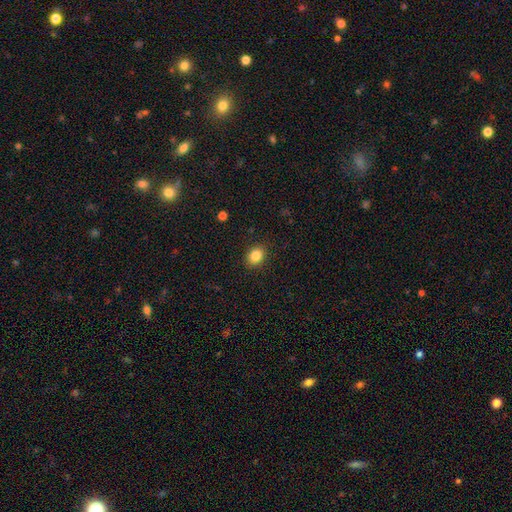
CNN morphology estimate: Smooth or featured: smooth — 85% (star or artifact — 10%)
How rounded: in between — 58% (round — 41%)
Merging: none — 88% (minor disturbance — 8%)